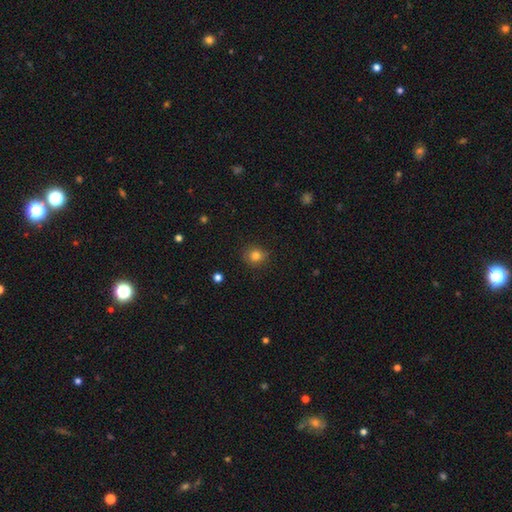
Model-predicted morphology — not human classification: Q: Smooth or featured?
A: smooth (82%); runner-up: star or artifact (12%)
Q: How rounded?
A: round (85%); runner-up: in between (14%)
Q: Merging?
A: none (86%); runner-up: minor disturbance (10%)